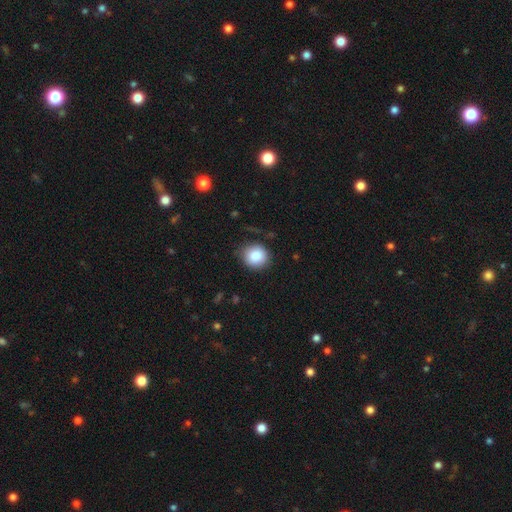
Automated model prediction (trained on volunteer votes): smooth-or-featured: smooth: 84% | star or artifact: 9% | featured or disk: 7%
  how-rounded: round: 84% | in between: 15% | cigar-shaped: 1%
  merging: none: 81% | minor disturbance: 14% | major disturbance: 4% | merger: 1%